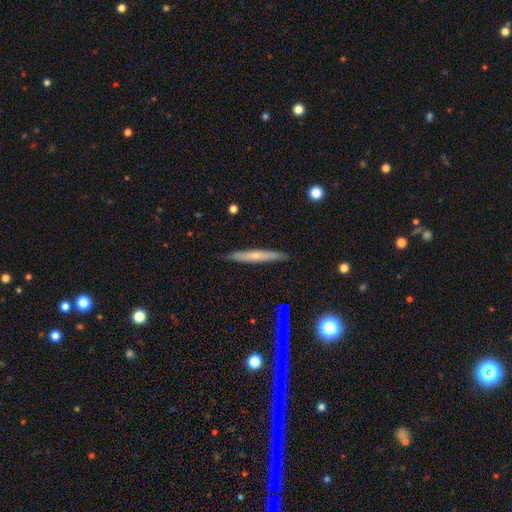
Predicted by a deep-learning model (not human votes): Overall: smooth (53%; featured or disk 42%). How rounded: cigar-shaped (95%). Merging: none (88%).